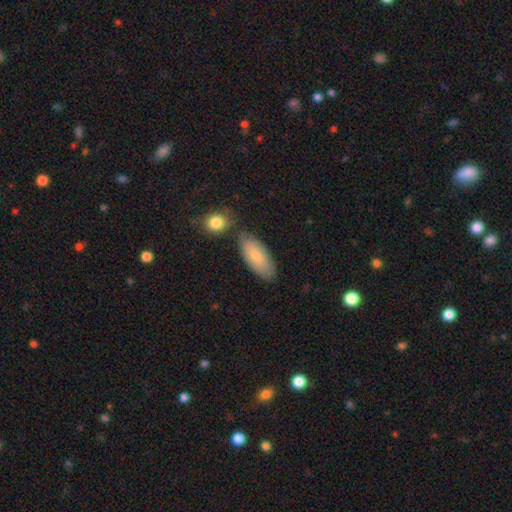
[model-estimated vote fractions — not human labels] Overall: smooth (78%). How rounded: in between (87%). Merging: none (68%).